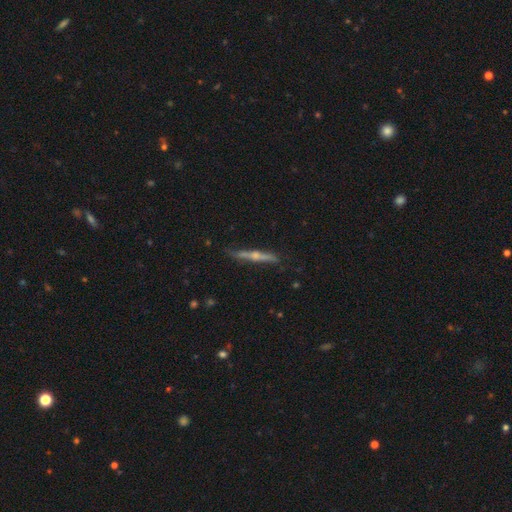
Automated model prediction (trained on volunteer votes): smooth_or_featured: featured or disk (p=0.70) [alt: smooth p=0.24]
disk_edge_on: yes (p=0.97) [alt: no p=0.03]
edge_on_bulge: rounded (p=0.82) [alt: none p=0.13]
merging: none (p=0.82) [alt: minor disturbance p=0.14]